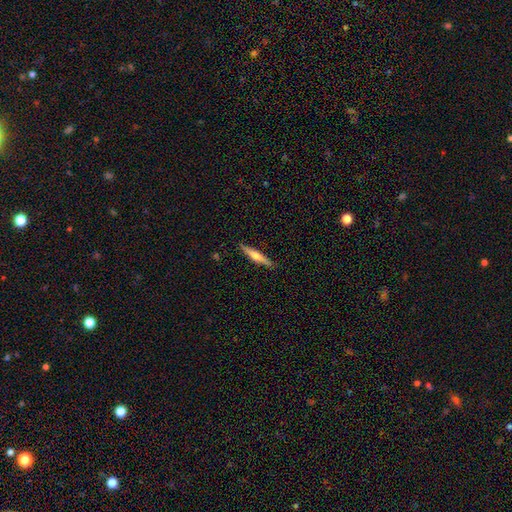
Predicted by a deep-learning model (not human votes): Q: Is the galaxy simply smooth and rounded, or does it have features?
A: featured or disk — 52%.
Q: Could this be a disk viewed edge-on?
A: yes — 97%.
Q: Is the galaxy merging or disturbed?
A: none — 89%.